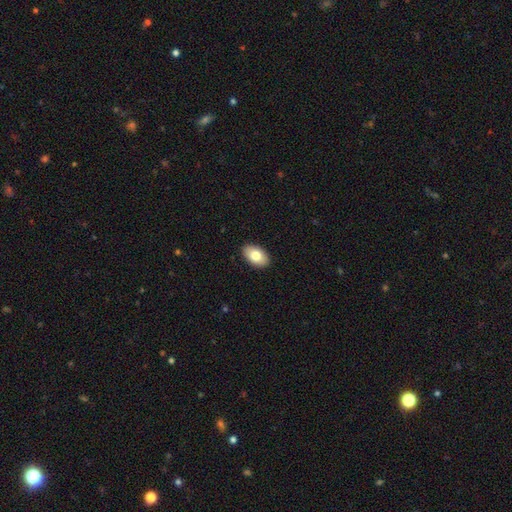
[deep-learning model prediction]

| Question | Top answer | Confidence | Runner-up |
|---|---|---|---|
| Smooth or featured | smooth | 78% | featured or disk (15%) |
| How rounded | in between | 92% | round (6%) |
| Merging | none | 89% | minor disturbance (8%) |